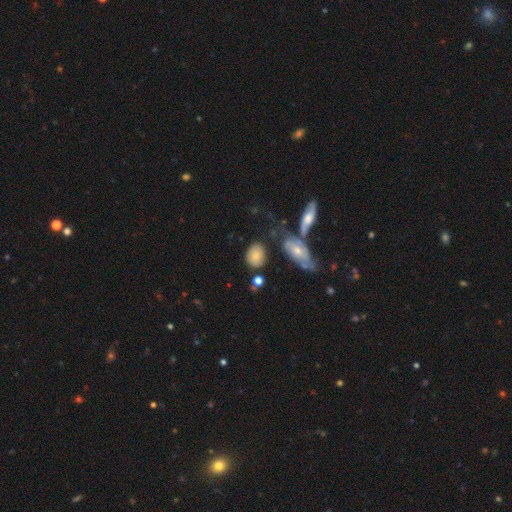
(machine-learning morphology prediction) This appears to be a smooth galaxy with no disk features (74%) that is in between round and cigar-shaped (58%). Merging: none (65%).